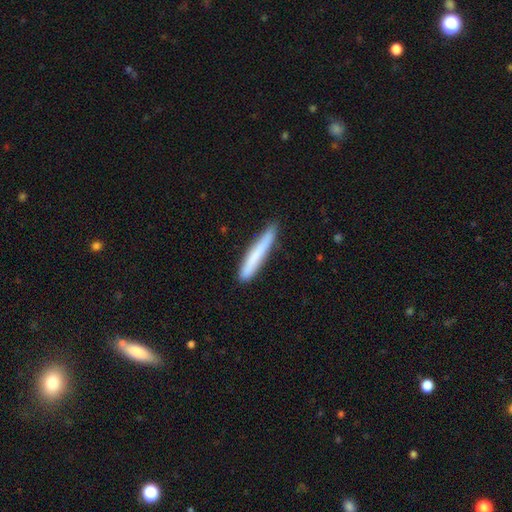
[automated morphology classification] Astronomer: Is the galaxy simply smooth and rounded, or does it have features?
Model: smooth — 75%.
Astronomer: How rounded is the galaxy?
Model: cigar-shaped — 95%.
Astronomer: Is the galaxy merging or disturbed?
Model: none — 85%.